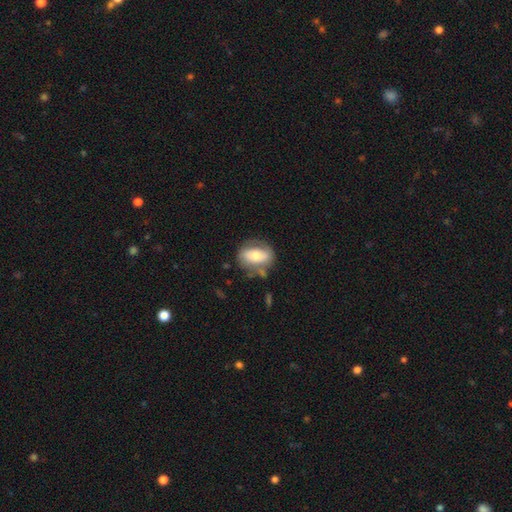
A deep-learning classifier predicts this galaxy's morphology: smooth-or-featured: smooth: 54% | featured or disk: 40% | star or artifact: 6%
  how-rounded: in between: 80% | round: 17% | cigar-shaped: 3%
  merging: none: 62% | minor disturbance: 21% | major disturbance: 10% | merger: 6%